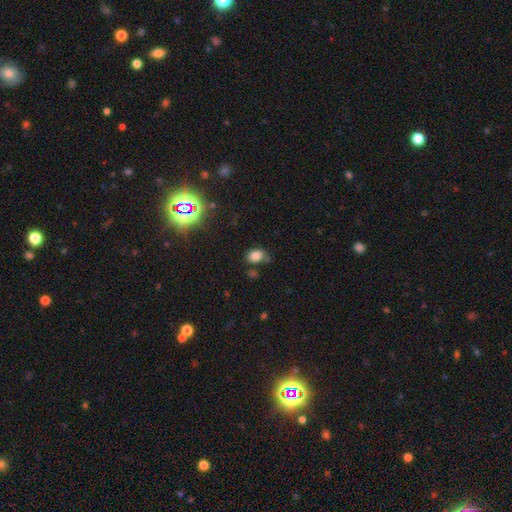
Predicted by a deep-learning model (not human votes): A smooth galaxy with no disk features (79%) that is in between round and cigar-shaped (70%).

Vote fractions:
- Smooth or featured? smooth: 79% / star or artifact: 14% / featured or disk: 7%
- How rounded? in between: 70% / round: 29% / cigar-shaped: 1%
- Merging? none: 69% / minor disturbance: 18% / merger: 8% / major disturbance: 5%